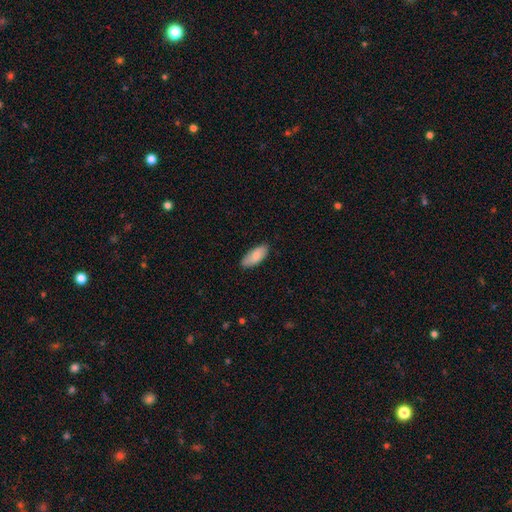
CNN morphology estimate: Smooth or featured?
  - smooth: 84% *
  - featured or disk: 11%
  - star or artifact: 6%
How rounded?
  - in between: 86% *
  - cigar-shaped: 12%
  - round: 2%
Merging?
  - none: 83% *
  - minor disturbance: 14%
  - major disturbance: 2%
  - merger: 1%